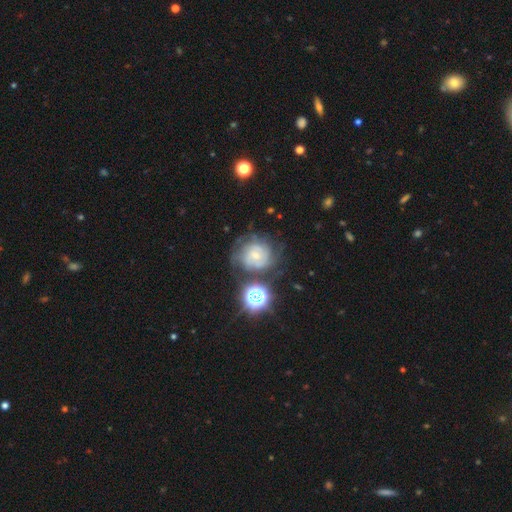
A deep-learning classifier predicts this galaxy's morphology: Overall: featured or disk (66%). Edge-on disk: no (97%). Bar: no (71%). Spiral arms: yes (83%). Spiral arm count: can't tell (51%; 2 16%). Spiral winding: tight (65%; medium 27%). Bulge size: small (59%; moderate 33%). Merging: none (57%; minor disturbance 20%).